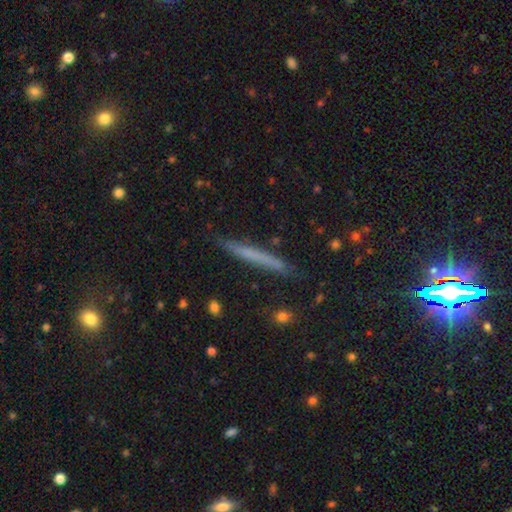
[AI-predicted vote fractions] Smooth or featured? smooth (54%)
How rounded? cigar-shaped (96%)
Merging? none (89%)